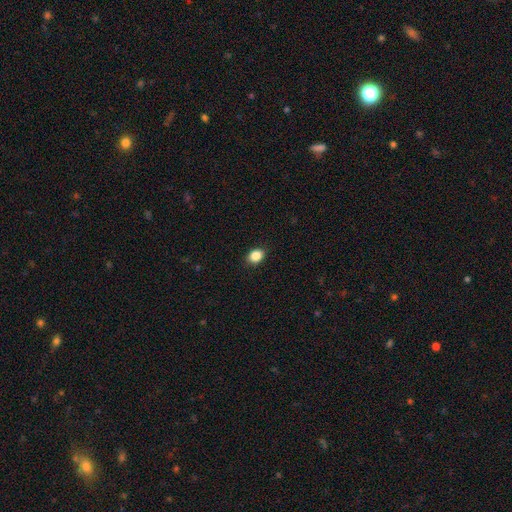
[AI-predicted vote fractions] Smooth or featured? smooth (86%)
How rounded? in between (58%)
Merging? none (89%)